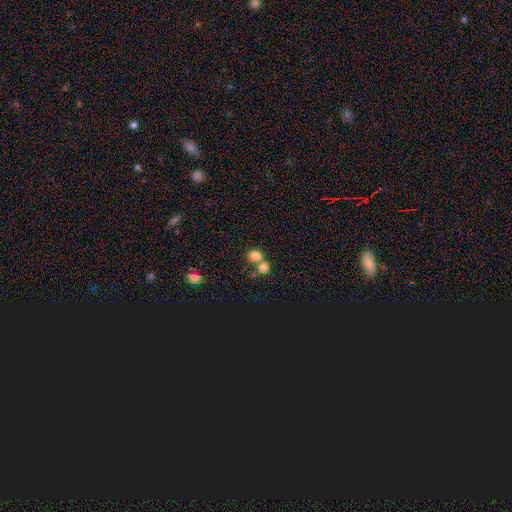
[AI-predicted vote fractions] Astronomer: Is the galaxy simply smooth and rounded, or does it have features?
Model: smooth — 79%.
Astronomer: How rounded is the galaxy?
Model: round — 75%.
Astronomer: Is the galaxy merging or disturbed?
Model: merger — 48% (runner-up: none, 42%).